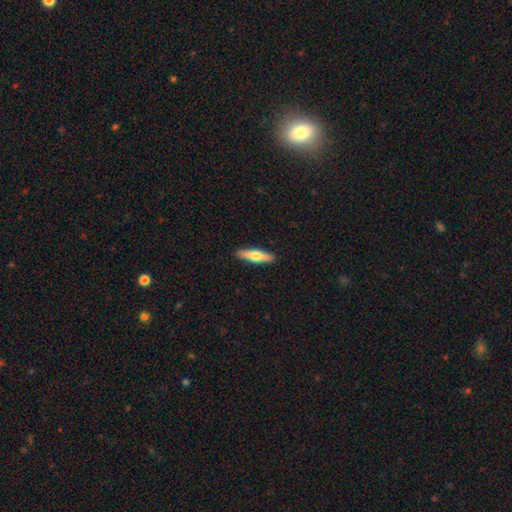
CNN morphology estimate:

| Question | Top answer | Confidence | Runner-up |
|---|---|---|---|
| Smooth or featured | smooth | 58% | featured or disk (36%) |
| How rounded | cigar-shaped | 73% | in between (25%) |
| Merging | none | 91% | minor disturbance (6%) |